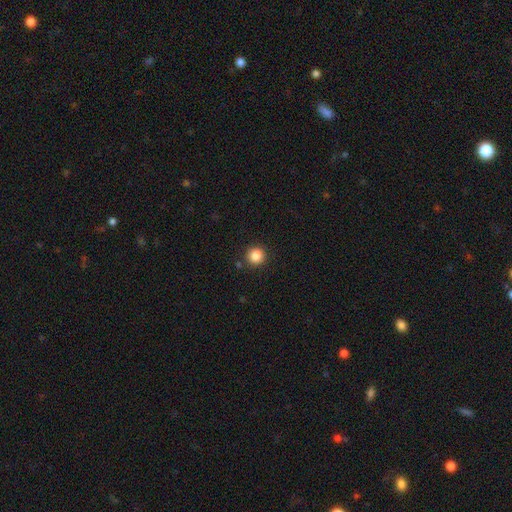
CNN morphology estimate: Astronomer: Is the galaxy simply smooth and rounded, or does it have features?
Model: smooth — 86%.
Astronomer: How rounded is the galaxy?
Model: round — 93%.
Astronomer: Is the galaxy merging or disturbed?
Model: none — 89%.